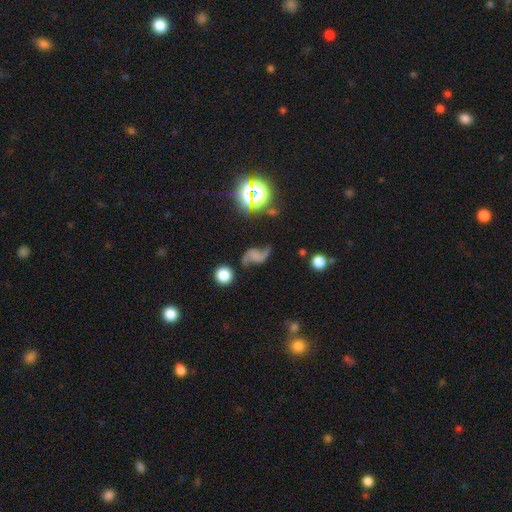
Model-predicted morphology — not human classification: The model was most divided on "bar": no: 59%, weak: 29%, strong: 13%. More confident: edge-on disk — no (97%); spiral arms — yes (93%); spiral arm count — 2 (91%); spiral winding — loose (86%); smooth or featured — featured or disk (74%); bulge size — none (72%); merging — none (59%).